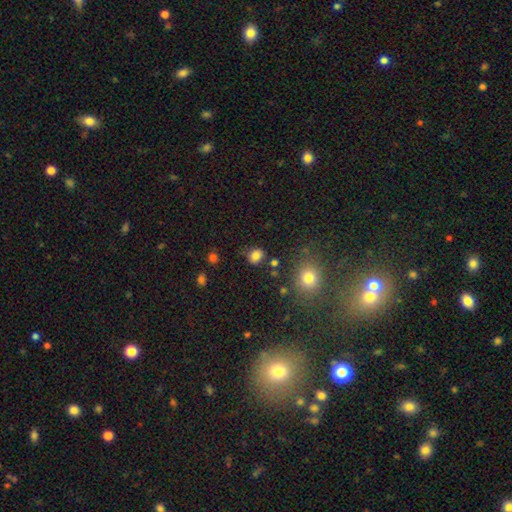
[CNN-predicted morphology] The model was most divided on "how rounded": round: 64%, in between: 35%, cigar-shaped: 1%. More confident: smooth or featured — smooth (82%); merging — none (77%).